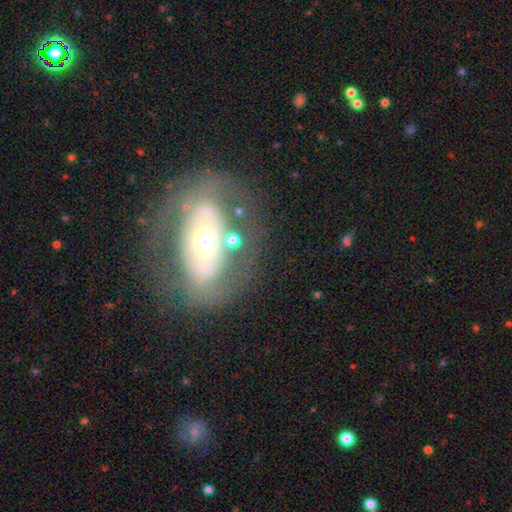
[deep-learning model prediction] featured or disk 64%, smooth 27%, star or artifact 8%. Down the decision tree: edge-on disk — no (92%); bar — no (72%); spiral arms — no (69%); bulge size — moderate (47%); merging — none (66%).